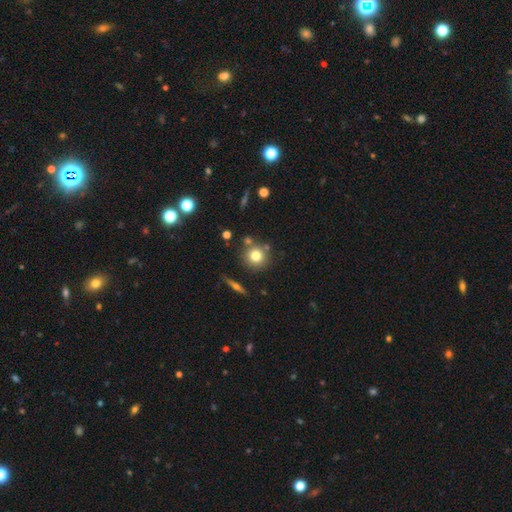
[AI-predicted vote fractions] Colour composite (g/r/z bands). It shows a smooth galaxy with no disk features (75%) that is round (91%). Merging: none (77%).